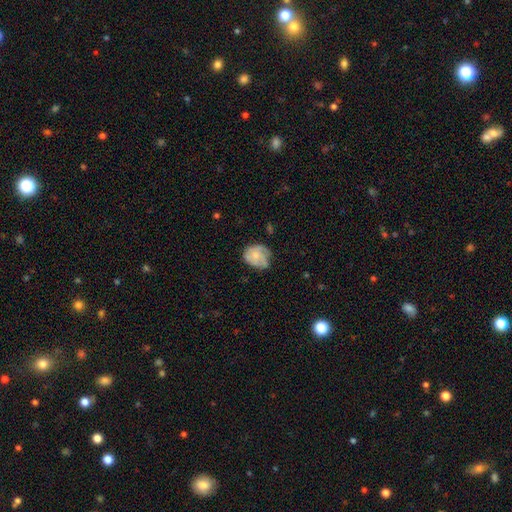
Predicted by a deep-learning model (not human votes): Q: Smooth or featured?
A: featured or disk (47%); runner-up: smooth (45%)
Q: Merging?
A: none (51%); runner-up: minor disturbance (33%)